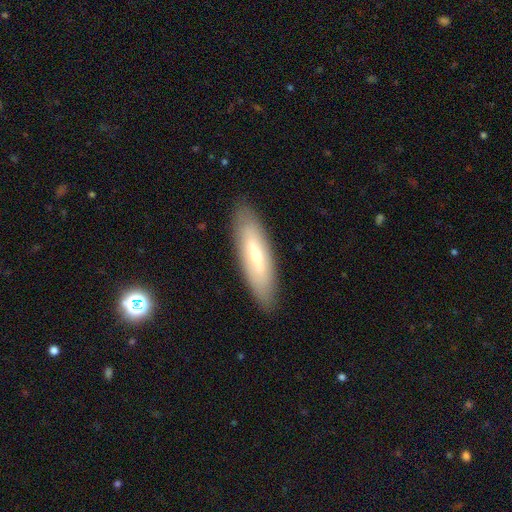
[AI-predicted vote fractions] A featured or disk galaxy (51%). Merging: none (87%).